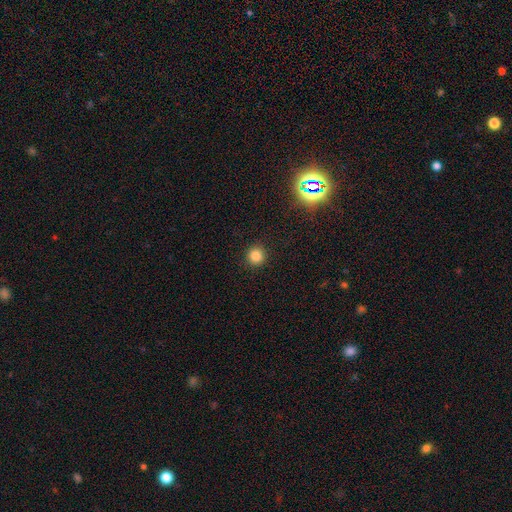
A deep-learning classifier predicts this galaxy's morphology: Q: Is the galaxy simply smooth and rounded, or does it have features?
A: smooth — 83%.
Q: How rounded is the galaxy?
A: round — 93%.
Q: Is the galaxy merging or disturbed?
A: none — 92%.